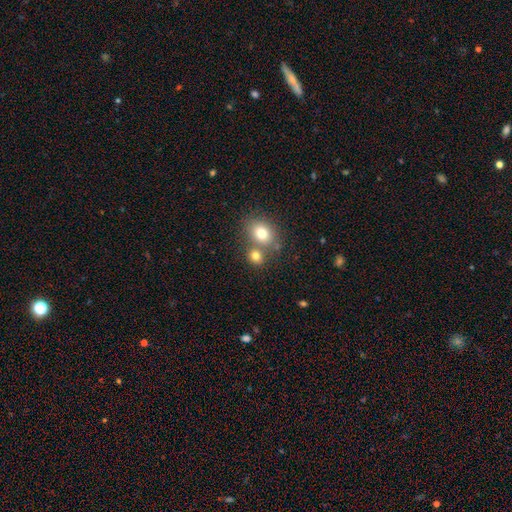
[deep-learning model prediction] The model was most divided on "merging": none: 50%, merger: 38%, minor disturbance: 8%, major disturbance: 3%. More confident: smooth or featured — smooth (77%); how rounded — round (67%).